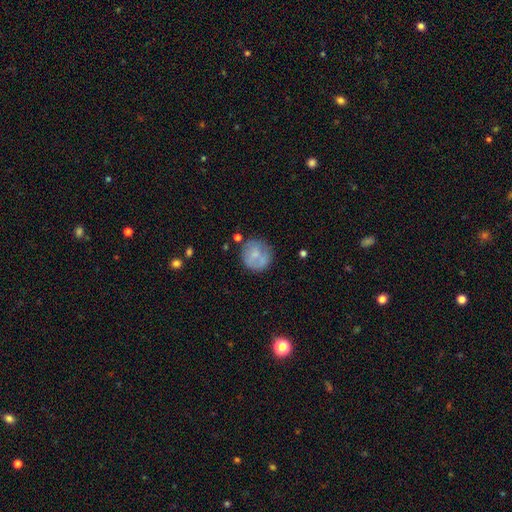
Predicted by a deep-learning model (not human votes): This appears to be a smooth galaxy with no disk features (63%) that is round (89%). Merging: none (63%).